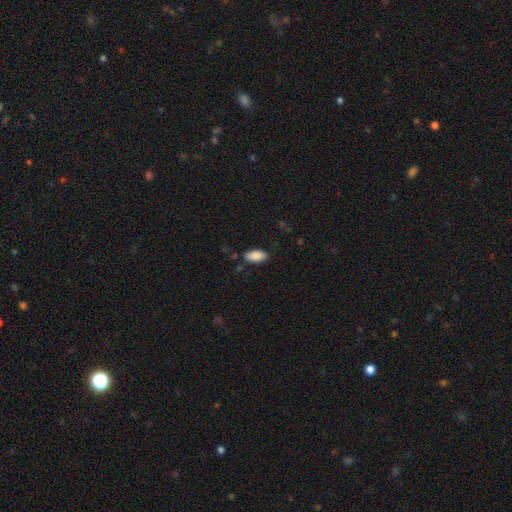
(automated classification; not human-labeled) smooth 88%, star or artifact 7%, featured or disk 5%. Down the decision tree: how rounded — in between (93%); merging — none (80%).